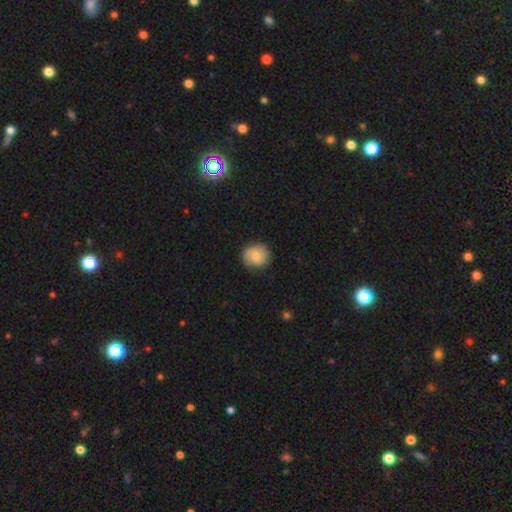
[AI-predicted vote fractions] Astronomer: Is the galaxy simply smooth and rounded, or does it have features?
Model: smooth — 69%.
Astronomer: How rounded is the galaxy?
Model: round — 86%.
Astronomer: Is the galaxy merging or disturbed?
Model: none — 82%.